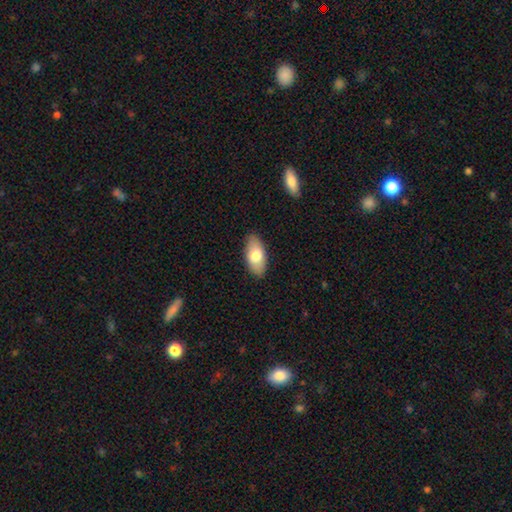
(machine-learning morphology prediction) This is likely a smooth galaxy (76%). How rounded: clearly in between (91%). Merging: clearly none (88%).